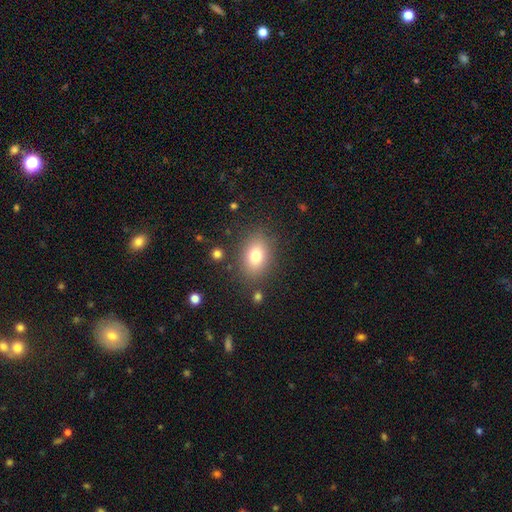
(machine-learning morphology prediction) The model was most divided on "how rounded": in between: 74%, round: 25%, cigar-shaped: 1%. More confident: merging — none (83%); smooth or featured — smooth (78%).